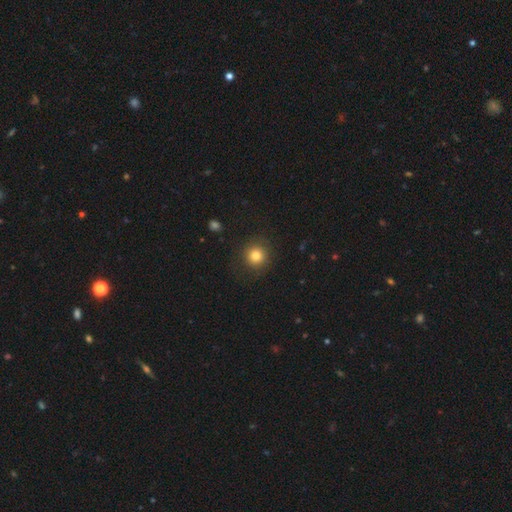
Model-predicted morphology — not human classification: A smooth galaxy with no disk features (81%) that is round (94%). Merging: none (88%).